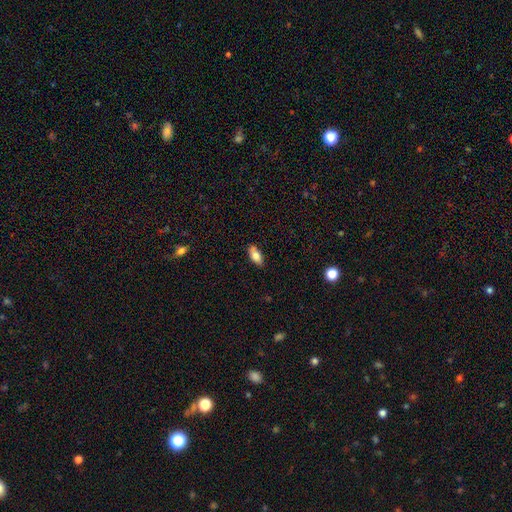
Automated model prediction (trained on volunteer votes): Smooth or featured?
  - smooth: 78% *
  - featured or disk: 14%
  - star or artifact: 7%
How rounded?
  - in between: 89% *
  - cigar-shaped: 8%
  - round: 3%
Merging?
  - none: 79% *
  - minor disturbance: 15%
  - merger: 4%
  - major disturbance: 3%